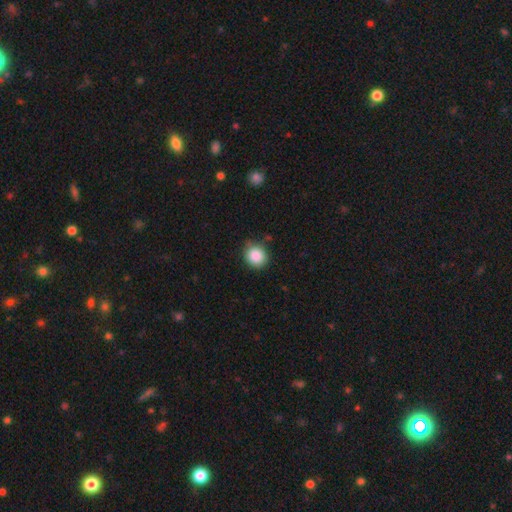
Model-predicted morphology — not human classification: A smooth galaxy with no disk features (88%) that is round (76%). Merging: none (80%).